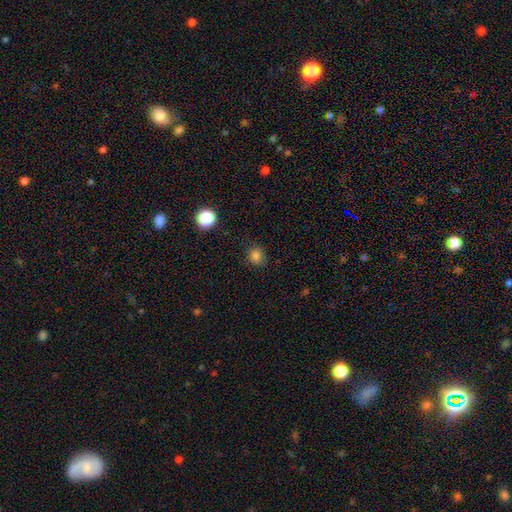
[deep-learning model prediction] smooth-or-featured: smooth: 80% | star or artifact: 15% | featured or disk: 5%
  how-rounded: round: 73% | in between: 26% | cigar-shaped: 1%
  merging: none: 85% | minor disturbance: 11% | major disturbance: 3% | merger: 1%